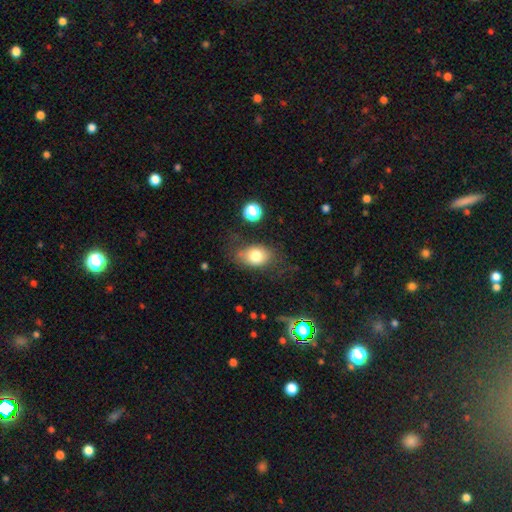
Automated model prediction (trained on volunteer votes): Smooth or featured?
  - smooth: 76% *
  - featured or disk: 14%
  - star or artifact: 10%
How rounded?
  - in between: 75% *
  - round: 24%
  - cigar-shaped: 1%
Merging?
  - none: 64% *
  - minor disturbance: 22%
  - major disturbance: 11%
  - merger: 3%